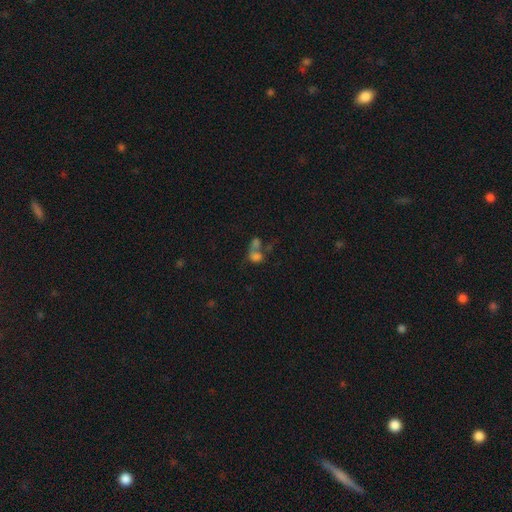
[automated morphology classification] Smooth or featured? Predicted: star or artifact (p=0.40).